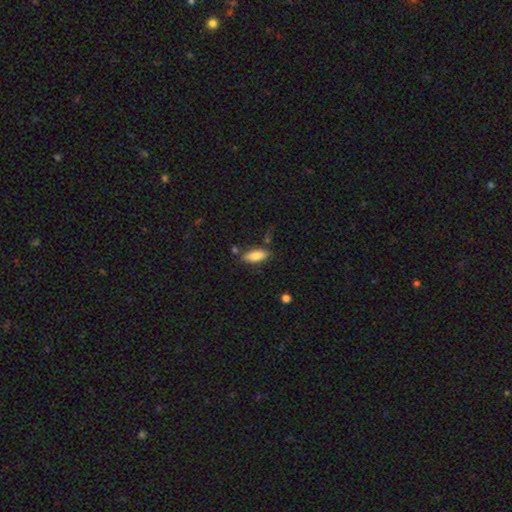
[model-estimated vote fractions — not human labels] Q: Smooth or featured?
A: smooth (80%); runner-up: featured or disk (14%)
Q: How rounded?
A: in between (73%); runner-up: cigar-shaped (25%)
Q: Merging?
A: none (77%); runner-up: minor disturbance (15%)